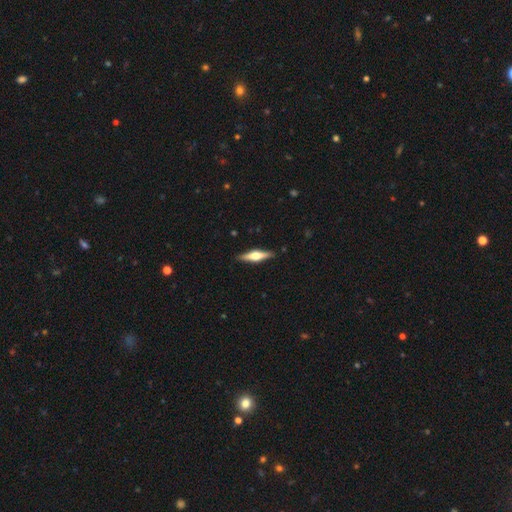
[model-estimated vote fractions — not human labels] smooth-or-featured: featured or disk: 62% | smooth: 32% | star or artifact: 6%
  disk-edge-on: yes: 96% | no: 4%
    edge-on-bulge: rounded: 91% | boxy: 7% | none: 2%
  merging: none: 89% | minor disturbance: 8% | major disturbance: 2% | merger: 1%